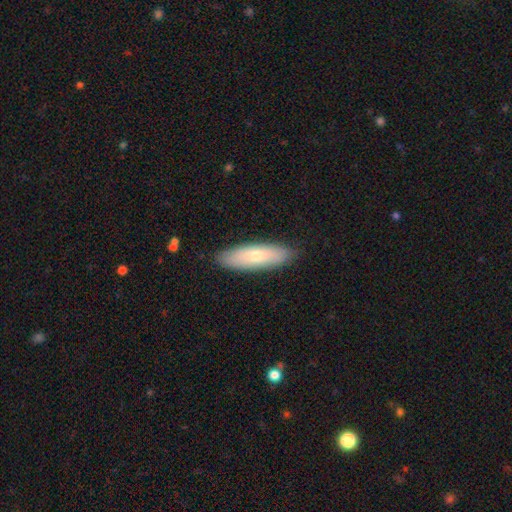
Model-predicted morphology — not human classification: Smooth or featured? Predicted: smooth (p=0.69). How rounded? Predicted: cigar-shaped (p=0.51). Merging? Predicted: none (p=0.87).